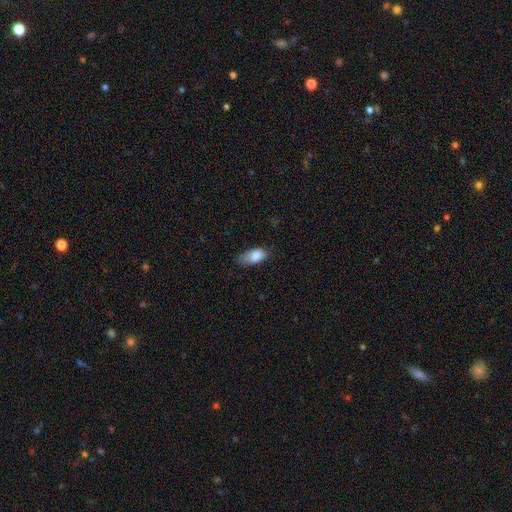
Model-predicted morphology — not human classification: Smooth or featured? Predicted: smooth (p=0.84). How rounded? Predicted: in between (p=0.89). Merging? Predicted: none (p=0.47).